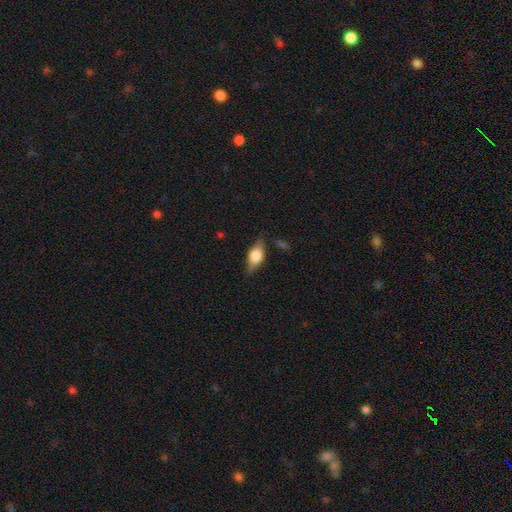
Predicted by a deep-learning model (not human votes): This is possibly a smooth galaxy (54%). How rounded: likely in between (77%). Merging: likely none (77%).